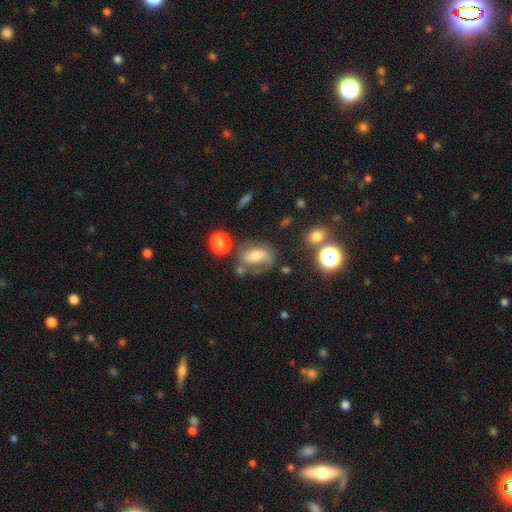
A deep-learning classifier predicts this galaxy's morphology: The model was most divided on "smooth or featured": featured or disk: 51%, smooth: 34%, star or artifact: 14%. More confident: edge-on disk — no (92%); merging — none (53%).